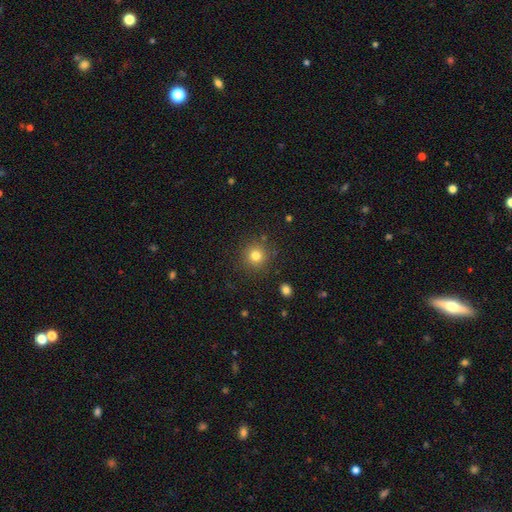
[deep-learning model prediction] Q: Smooth or featured?
A: smooth (80%); runner-up: star or artifact (13%)
Q: How rounded?
A: round (93%); runner-up: in between (6%)
Q: Merging?
A: none (87%); runner-up: minor disturbance (8%)